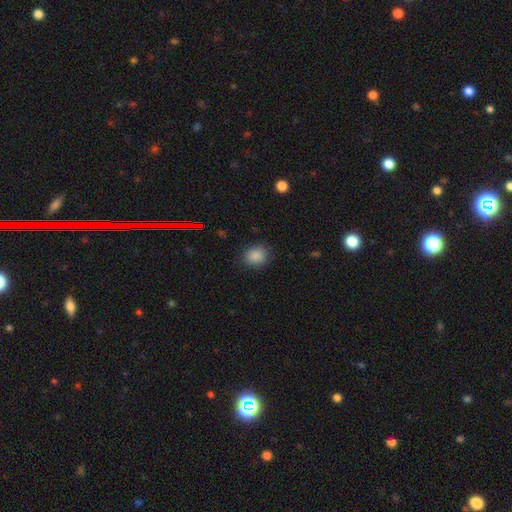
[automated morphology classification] This is clearly a smooth galaxy (87%). How rounded: likely round (64%). Merging: clearly none (84%).